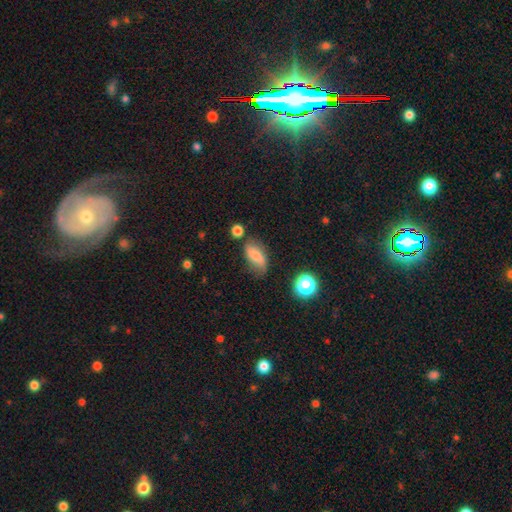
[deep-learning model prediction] The model was most divided on "merging": none: 60%, minor disturbance: 26%, major disturbance: 9%, merger: 6%. More confident: how rounded — in between (83%); smooth or featured — smooth (69%).